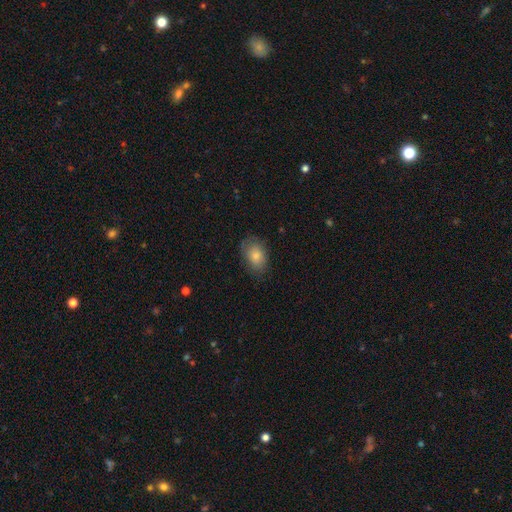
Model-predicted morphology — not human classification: type=smooth (79%); roundness=in between (82%); merging=none (75%).